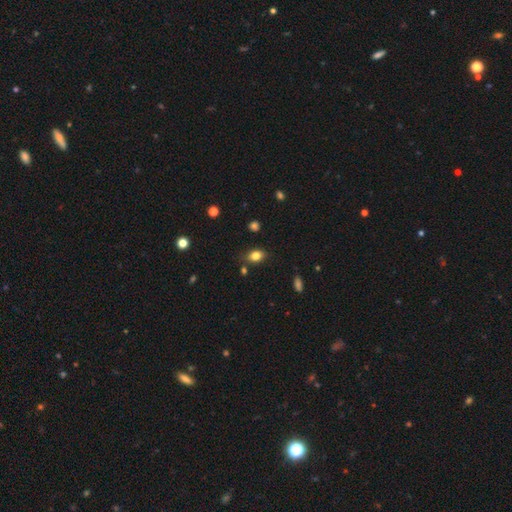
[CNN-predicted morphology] Smooth or featured: smooth — 81% (star or artifact — 11%)
How rounded: in between — 74% (round — 24%)
Merging: none — 78% (minor disturbance — 15%)